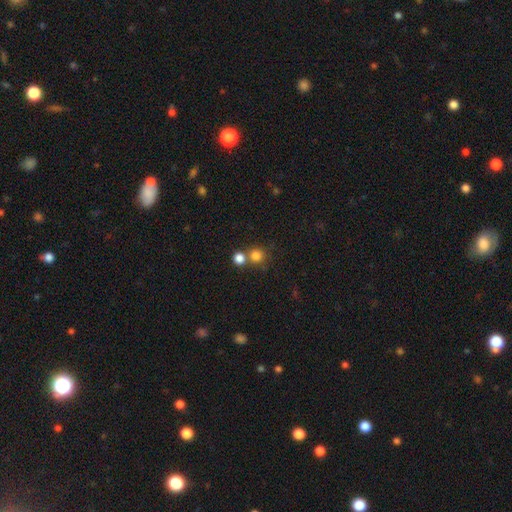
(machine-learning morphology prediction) Smooth or featured?
  - smooth: 81% *
  - star or artifact: 13%
  - featured or disk: 6%
How rounded?
  - round: 91% *
  - in between: 8%
  - cigar-shaped: 1%
Merging?
  - none: 60% *
  - merger: 29%
  - minor disturbance: 8%
  - major disturbance: 3%